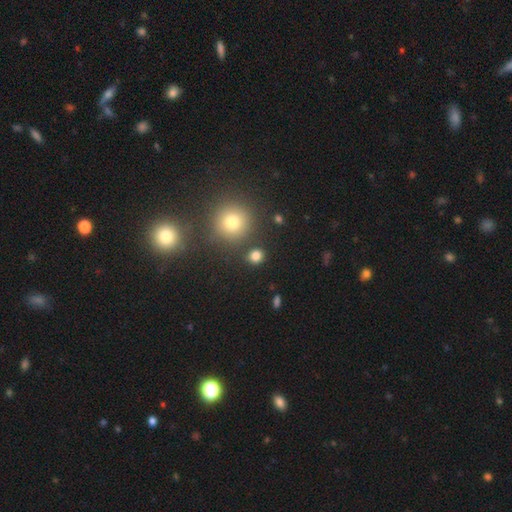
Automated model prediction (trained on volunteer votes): Smooth or featured: smooth — 78% (star or artifact — 16%)
How rounded: round — 81% (in between — 18%)
Merging: none — 84% (minor disturbance — 8%)